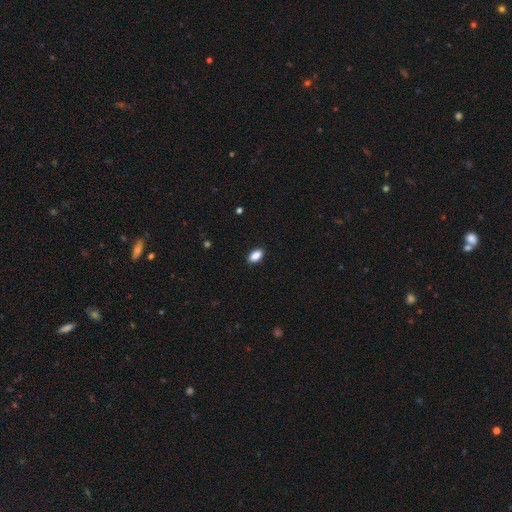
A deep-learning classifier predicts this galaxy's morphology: A smooth galaxy with no disk features (88%) that is in between round and cigar-shaped (91%). Merging: none (89%).